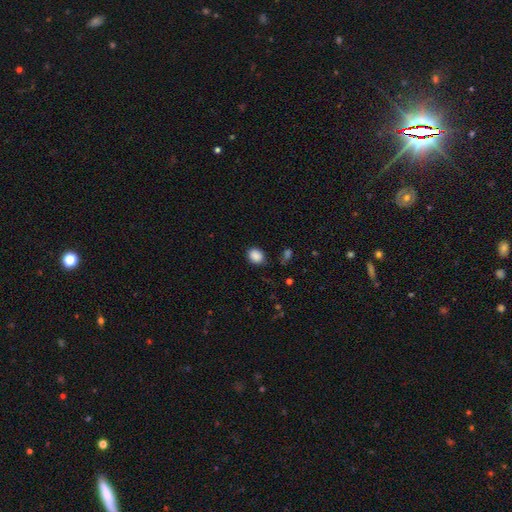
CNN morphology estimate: type=smooth (88%); roundness=round (51%); merging=none (82%).